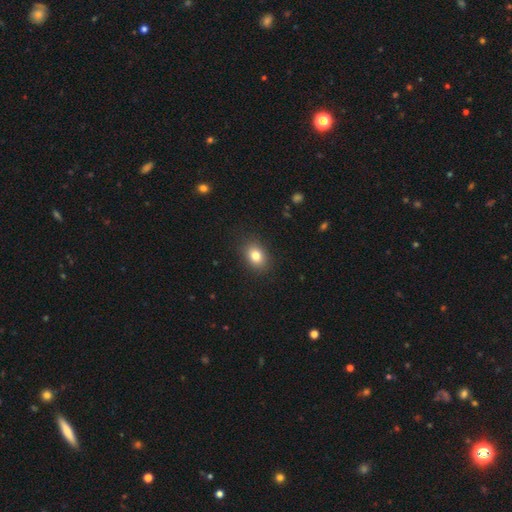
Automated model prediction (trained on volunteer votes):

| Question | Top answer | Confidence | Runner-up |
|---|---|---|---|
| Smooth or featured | smooth | 81% | star or artifact (11%) |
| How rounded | in between | 63% | round (36%) |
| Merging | none | 88% | minor disturbance (9%) |